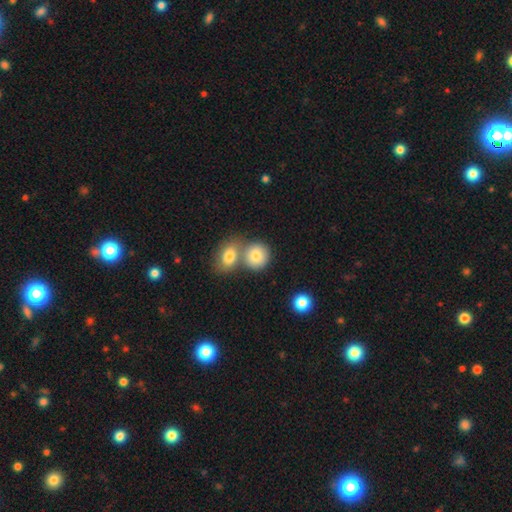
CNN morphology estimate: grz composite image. It shows a smooth galaxy with no disk features (82%) that is round (78%). Merging: none (45%).